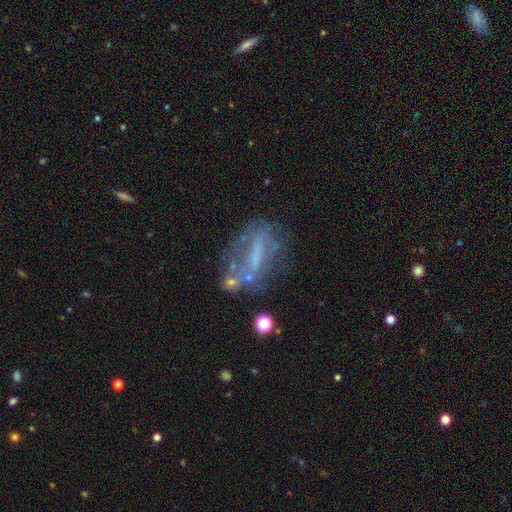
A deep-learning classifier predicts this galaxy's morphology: A featured or disk galaxy (57%). Merging: none (47%).